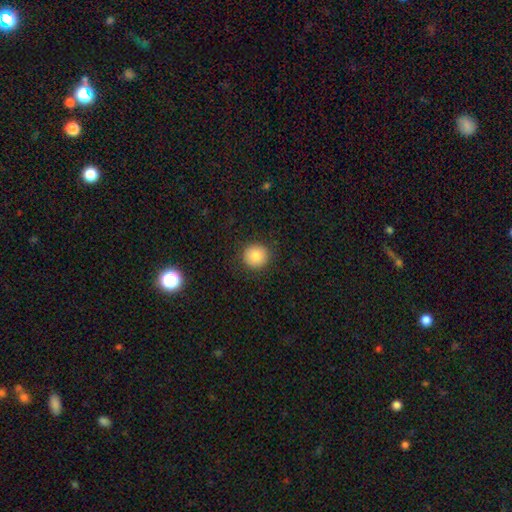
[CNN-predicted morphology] smooth_or_featured: smooth (p=0.83) [alt: star or artifact p=0.09]
how_rounded: round (p=0.93) [alt: in between p=0.06]
merging: none (p=0.90) [alt: minor disturbance p=0.07]